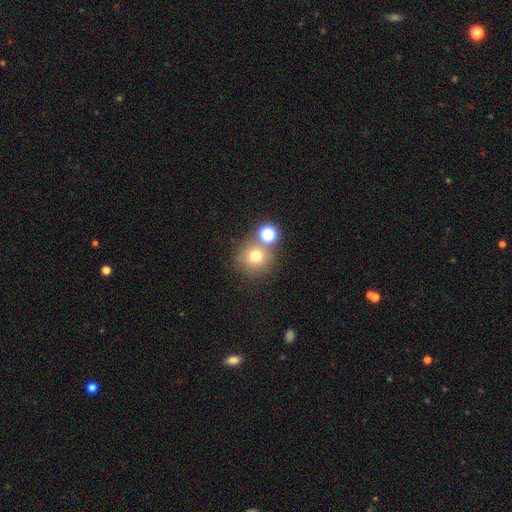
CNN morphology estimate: Overall: smooth (70%). How rounded: round (92%). Merging: none (67%).